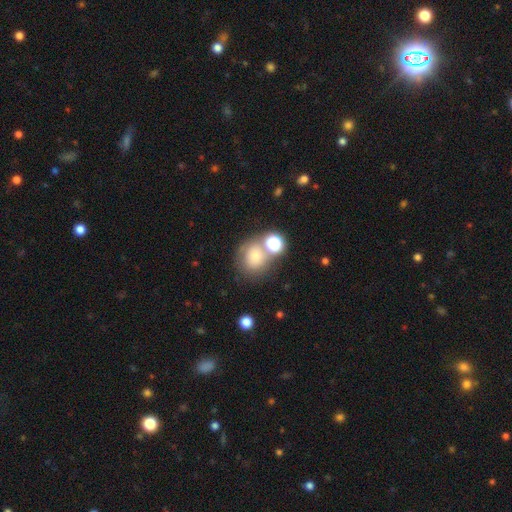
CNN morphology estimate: smooth-or-featured: smooth: 72% | star or artifact: 15% | featured or disk: 13%
  how-rounded: round: 80% | in between: 19% | cigar-shaped: 1%
  merging: none: 53% | merger: 27% | minor disturbance: 13% | major disturbance: 7%